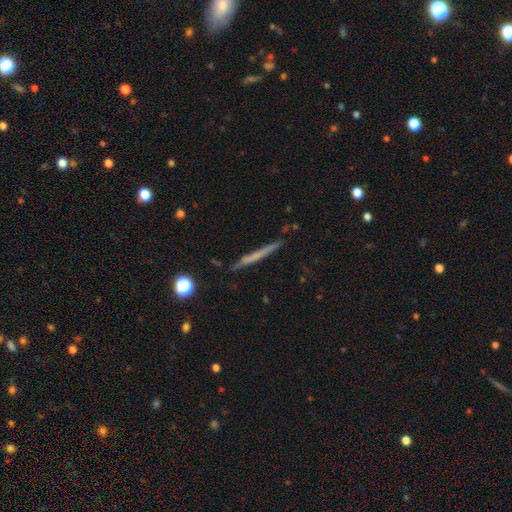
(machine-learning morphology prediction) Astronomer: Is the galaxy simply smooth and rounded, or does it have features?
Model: smooth — 47% (runner-up: featured or disk, 45%).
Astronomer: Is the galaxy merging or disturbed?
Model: none — 87%.